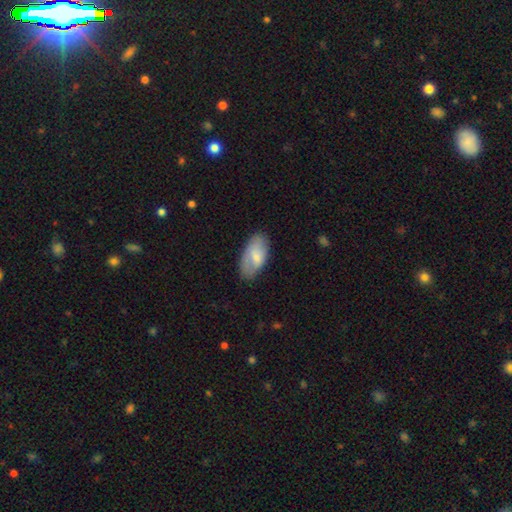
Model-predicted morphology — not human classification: Smooth or featured? Predicted: smooth (p=0.69). How rounded? Predicted: in between (p=0.94). Merging? Predicted: none (p=0.73).